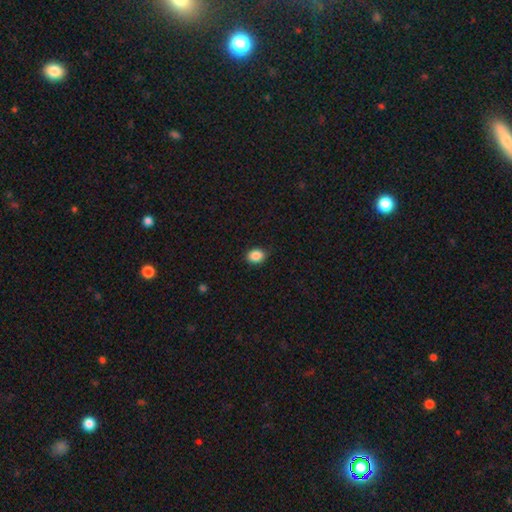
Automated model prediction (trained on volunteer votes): Overall: smooth (87%). How rounded: in between (52%; round 47%). Merging: none (86%).